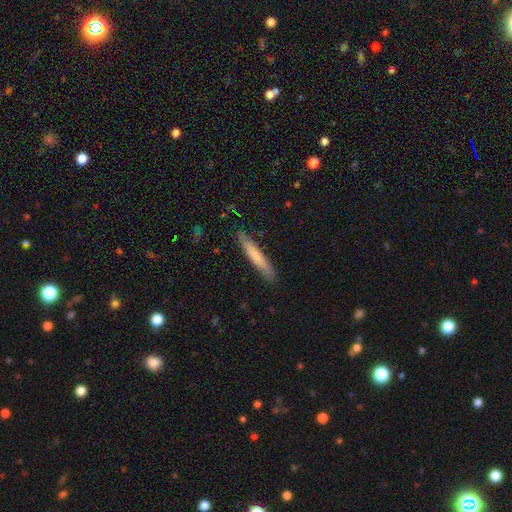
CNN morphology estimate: Smooth or featured: smooth — 69% (featured or disk — 26%)
How rounded: cigar-shaped — 95% (in between — 4%)
Merging: none — 88% (minor disturbance — 10%)